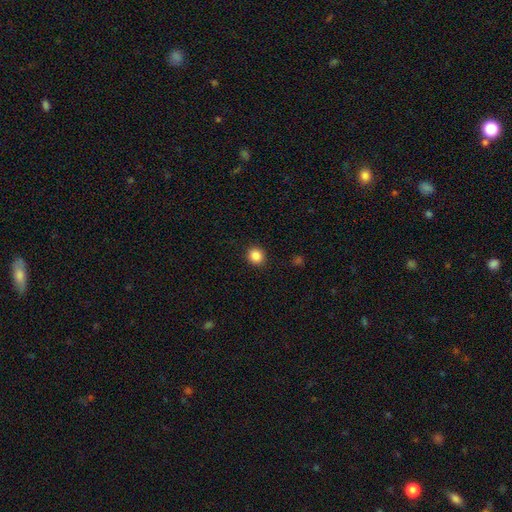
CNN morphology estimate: A smooth galaxy with no disk features (87%) that is round (87%). Merging: none (92%).